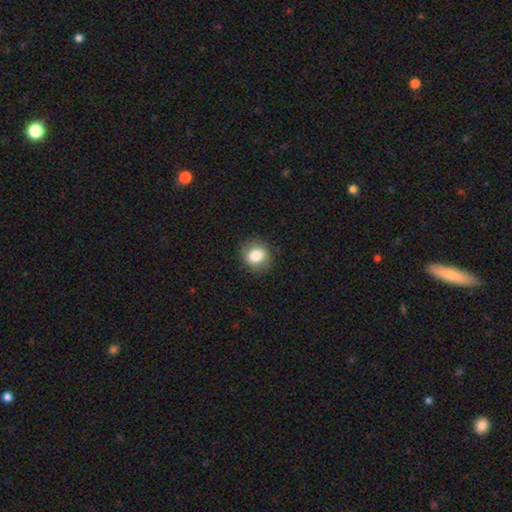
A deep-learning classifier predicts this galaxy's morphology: Smooth or featured? smooth (82%)
How rounded? round (73%)
Merging? none (86%)